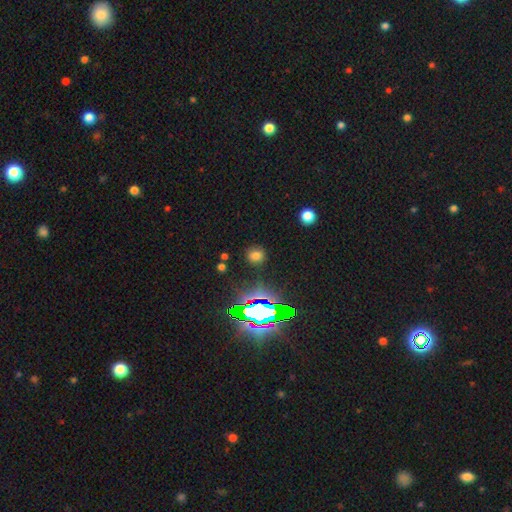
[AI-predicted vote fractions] Smooth or featured?
  - smooth: 65% *
  - star or artifact: 28%
  - featured or disk: 7%
How rounded?
  - round: 82% *
  - in between: 17%
  - cigar-shaped: 1%
Merging?
  - none: 85% *
  - minor disturbance: 9%
  - major disturbance: 3%
  - merger: 2%